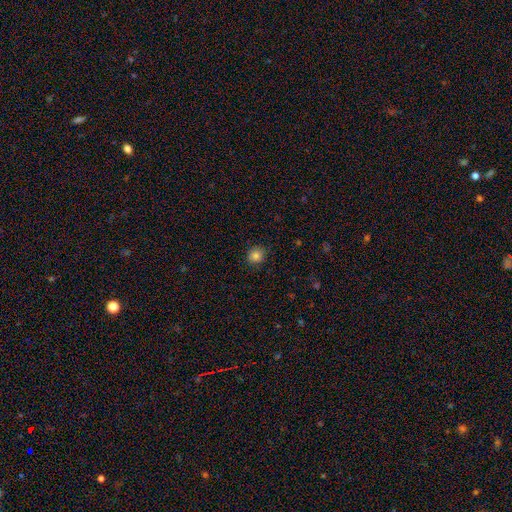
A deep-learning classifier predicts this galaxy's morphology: A smooth galaxy with no disk features (84%) that is round (84%).

Vote fractions:
- Smooth or featured? smooth: 84% / star or artifact: 12% / featured or disk: 5%
- How rounded? round: 84% / in between: 15% / cigar-shaped: 1%
- Merging? none: 89% / minor disturbance: 8% / major disturbance: 2% / merger: 1%